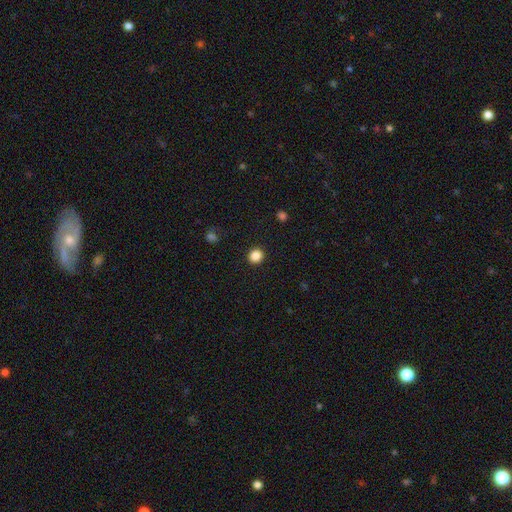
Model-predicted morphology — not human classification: Overall: smooth (87%). How rounded: round (88%). Merging: none (92%).